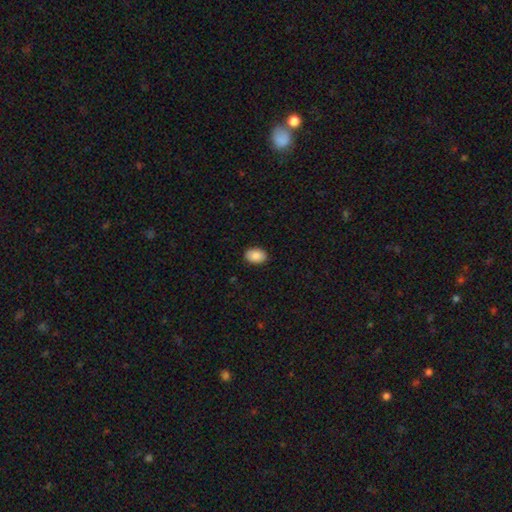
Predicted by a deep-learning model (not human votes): A smooth galaxy with no disk features (88%) that is in between round and cigar-shaped (86%). Merging: none (90%).